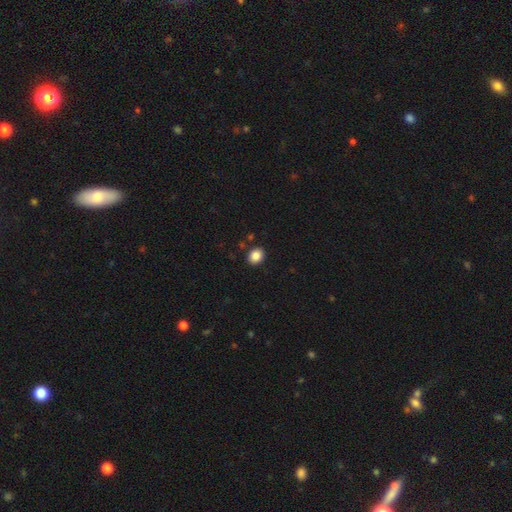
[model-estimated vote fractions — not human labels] The model was most divided on "how rounded": round: 55%, in between: 44%, cigar-shaped: 1%. More confident: merging — none (89%); smooth or featured — smooth (87%).